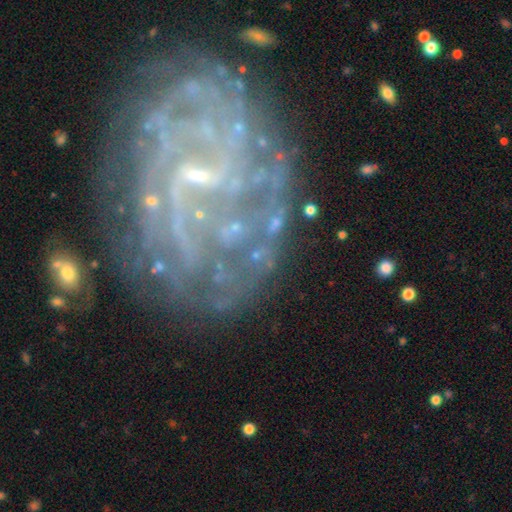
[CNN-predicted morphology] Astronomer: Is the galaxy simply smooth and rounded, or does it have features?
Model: featured or disk — 64%.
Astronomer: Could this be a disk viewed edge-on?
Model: no — 96%.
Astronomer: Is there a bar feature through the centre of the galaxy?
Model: no — 51% (runner-up: weak, 27%).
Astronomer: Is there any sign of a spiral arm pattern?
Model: yes — 78%.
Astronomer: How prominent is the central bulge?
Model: small — 59%.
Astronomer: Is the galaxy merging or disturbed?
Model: none — 57%.